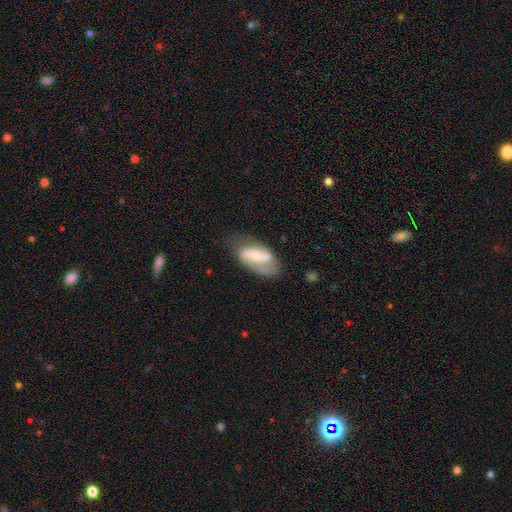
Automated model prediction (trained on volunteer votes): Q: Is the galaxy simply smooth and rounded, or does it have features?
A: featured or disk — 62%.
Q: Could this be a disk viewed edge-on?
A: no — 91%.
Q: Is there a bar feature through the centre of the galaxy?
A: strong — 46%.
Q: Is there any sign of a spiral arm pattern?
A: yes — 79%.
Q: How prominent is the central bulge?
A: small — 49%.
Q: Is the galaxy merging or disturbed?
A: none — 58%.